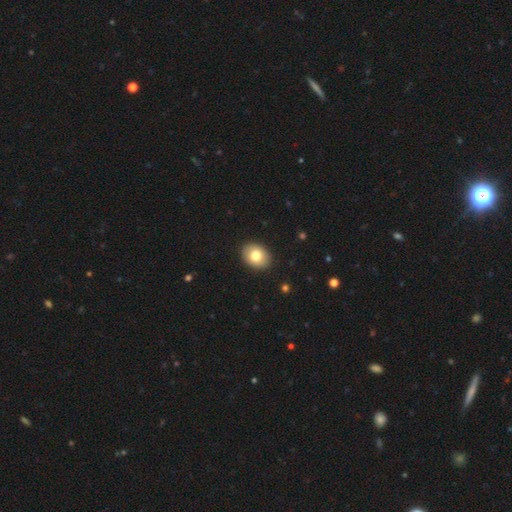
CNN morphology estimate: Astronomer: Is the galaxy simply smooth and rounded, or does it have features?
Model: smooth — 79%.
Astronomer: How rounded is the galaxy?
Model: in between — 70%.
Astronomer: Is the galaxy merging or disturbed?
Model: none — 90%.